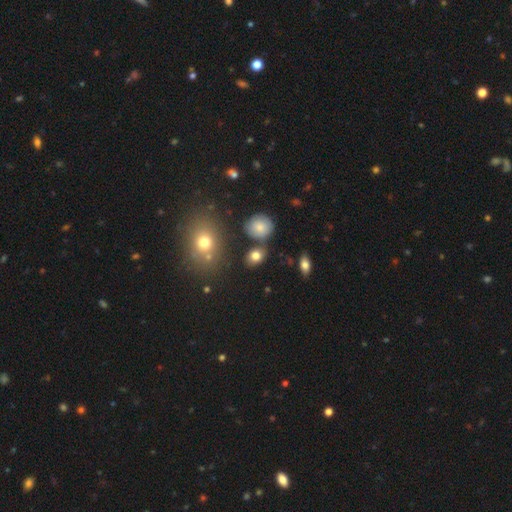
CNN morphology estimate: smooth 80%, star or artifact 12%, featured or disk 9%. Down the decision tree: how rounded — in between (59%); merging — none (76%).